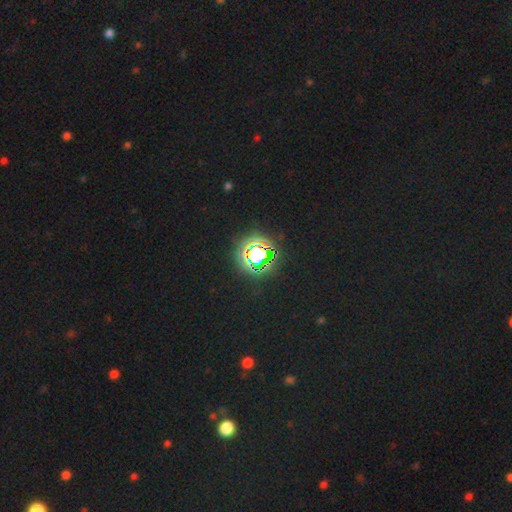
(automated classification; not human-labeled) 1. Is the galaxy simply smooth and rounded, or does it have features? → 73% star or artifact, 17% smooth, 10% featured or disk.